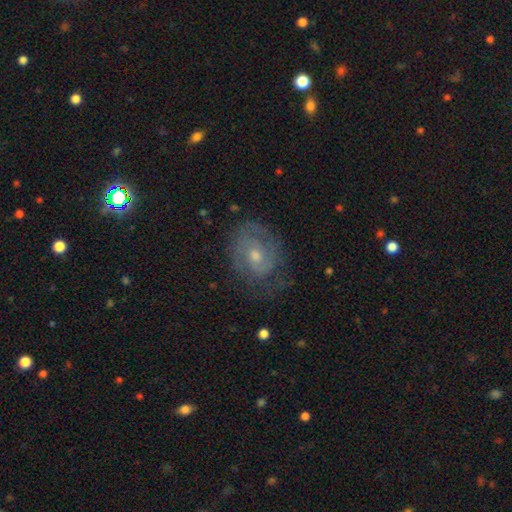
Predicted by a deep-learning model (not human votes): The model was most divided on "spiral arm count": 2: 52%, can't tell: 30%, 3: 7%, 1: 7%, 4: 3%, more than 4: 2%. More confident: edge-on disk — no (97%); spiral arms — yes (85%); smooth or featured — featured or disk (73%); merging — none (67%); bar — no (65%); bulge size — moderate (59%); spiral winding — tight (57%).